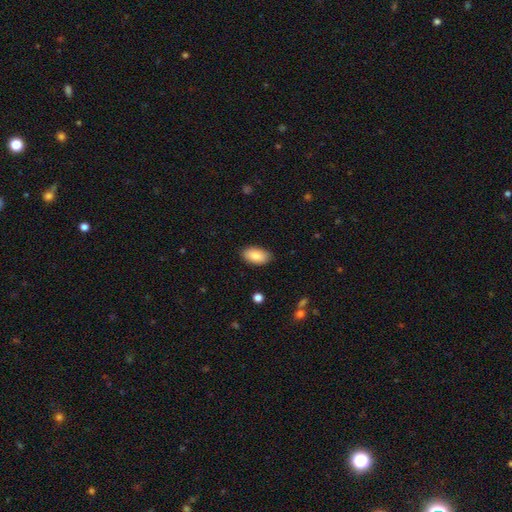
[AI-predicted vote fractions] This appears to be a smooth galaxy with no disk features (87%) that is in between round and cigar-shaped (94%). Merging: none (87%).